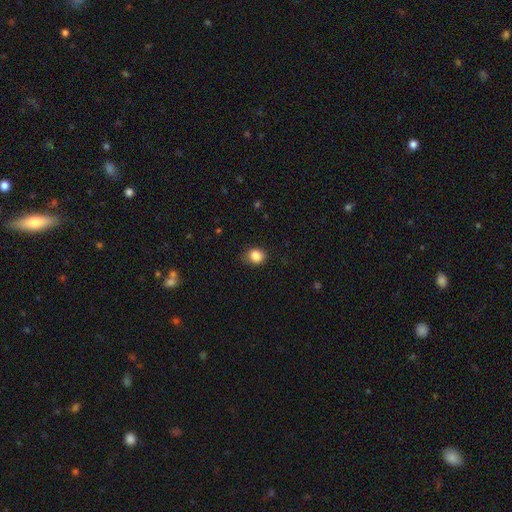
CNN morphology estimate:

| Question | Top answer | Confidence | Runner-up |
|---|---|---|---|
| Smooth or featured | smooth | 85% | star or artifact (10%) |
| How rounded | round | 65% | in between (35%) |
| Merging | none | 76% | minor disturbance (19%) |